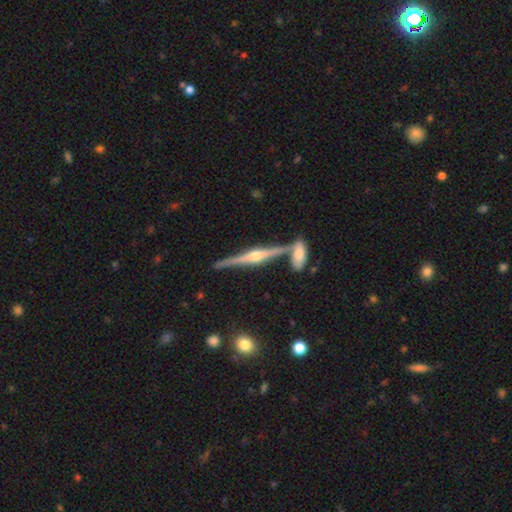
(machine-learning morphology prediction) smooth_or_featured: featured or disk (p=0.85) [alt: smooth p=0.09]
disk_edge_on: yes (p=0.98) [alt: no p=0.02]
edge_on_bulge: rounded (p=0.93) [alt: boxy p=0.04]
merging: none (p=0.76) [alt: merger p=0.12]